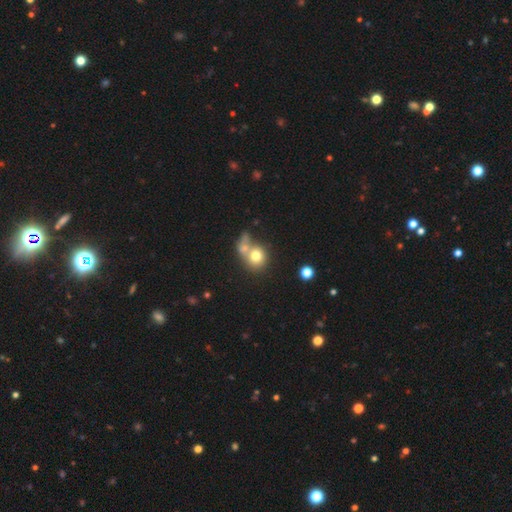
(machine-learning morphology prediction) This is likely a smooth galaxy (73%). How rounded: likely round (77%). Merging: possibly merger (55%).